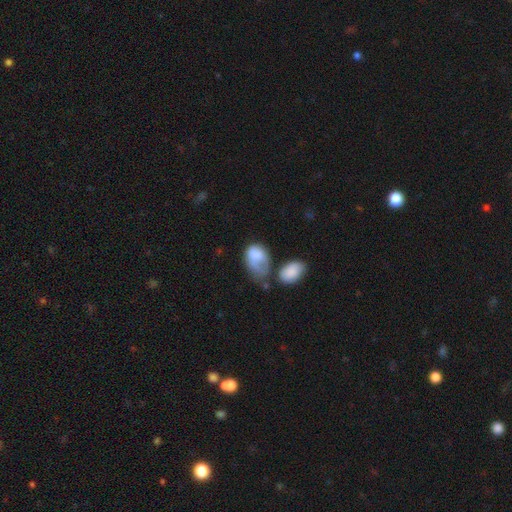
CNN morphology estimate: The model was most divided on "merging": major disturbance: 39%, minor disturbance: 23%, merger: 22%, none: 17%. More confident: how rounded — in between (86%); smooth or featured — smooth (73%).